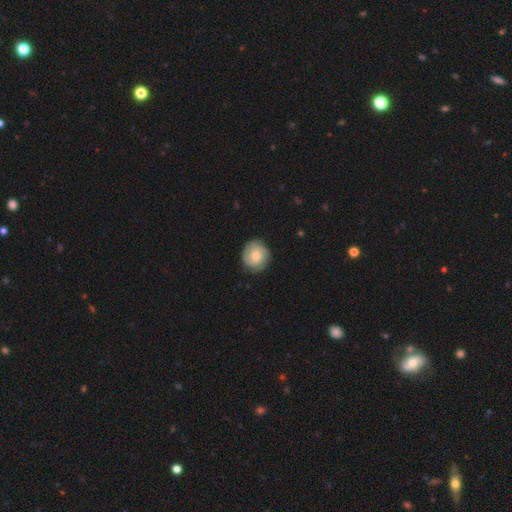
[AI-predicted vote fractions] Smooth or featured?
  - featured or disk: 49% *
  - smooth: 45%
  - star or artifact: 7%
Merging?
  - none: 83% *
  - minor disturbance: 13%
  - major disturbance: 3%
  - merger: 1%